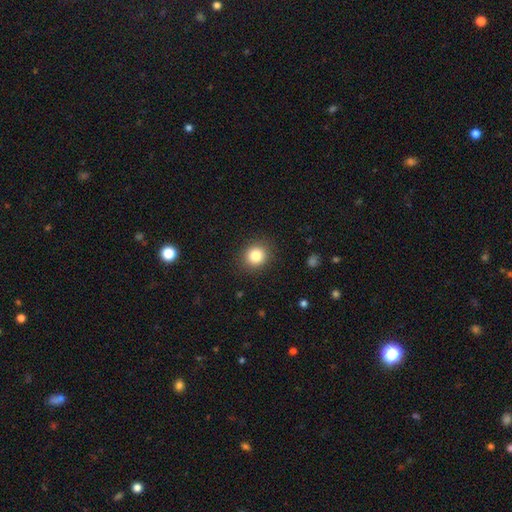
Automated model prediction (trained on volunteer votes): smooth_or_featured: smooth (p=0.83) [alt: star or artifact p=0.11]
how_rounded: round (p=0.82) [alt: in between p=0.17]
merging: none (p=0.89) [alt: minor disturbance p=0.07]